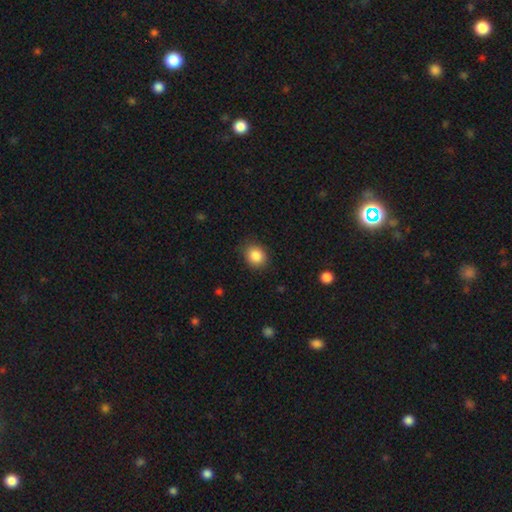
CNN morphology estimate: This is clearly a smooth galaxy (86%). How rounded: likely round (66%). Merging: clearly none (85%).